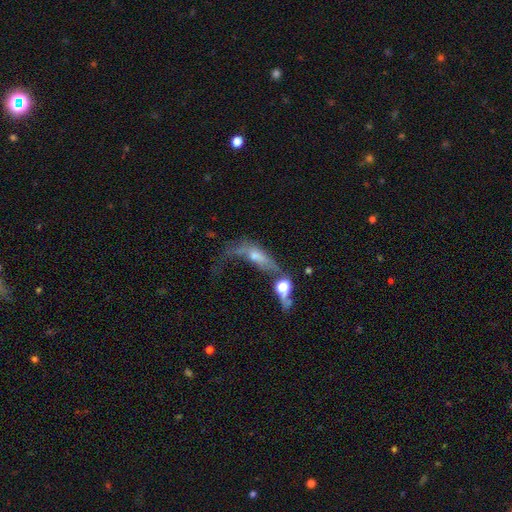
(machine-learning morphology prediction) smooth-or-featured: featured or disk: 51% | smooth: 35% | star or artifact: 15%
  disk-edge-on: no: 68% | yes: 32%
  merging: major disturbance: 44% | merger: 28% | none: 17% | minor disturbance: 12%